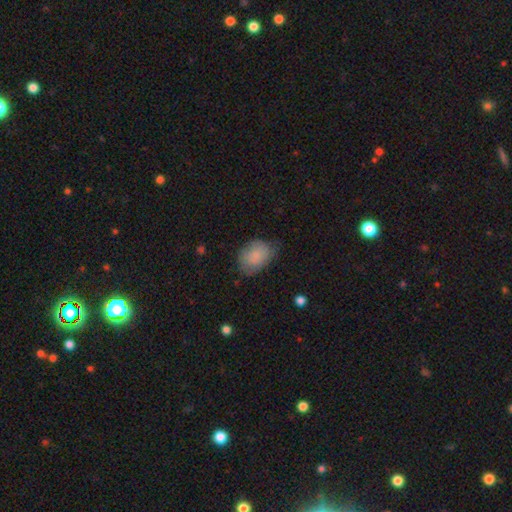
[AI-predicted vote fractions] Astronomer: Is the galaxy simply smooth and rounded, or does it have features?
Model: smooth — 84%.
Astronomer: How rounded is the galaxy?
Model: in between — 76%.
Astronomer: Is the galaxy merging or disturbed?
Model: none — 61%.